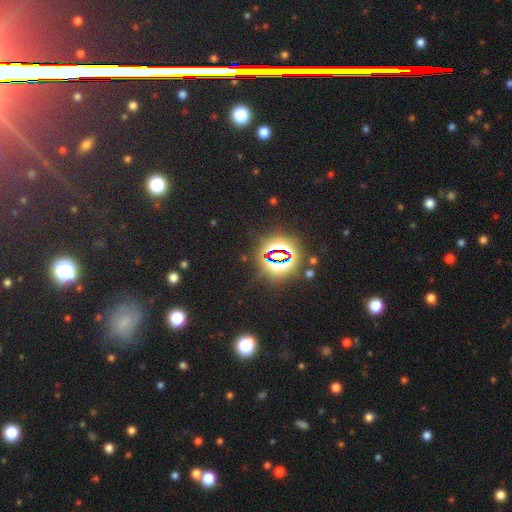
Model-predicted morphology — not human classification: type=star or artifact (73%).